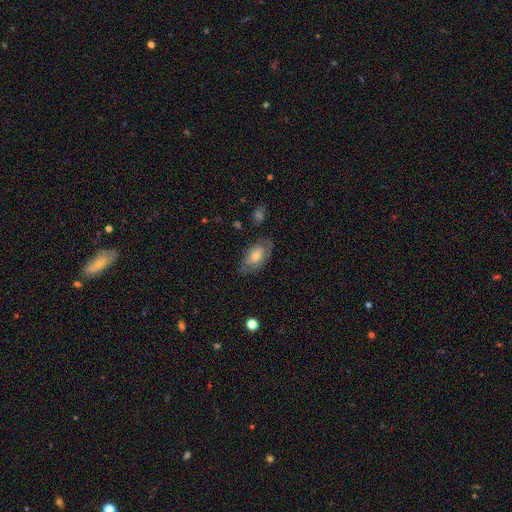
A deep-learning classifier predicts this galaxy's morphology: Smooth or featured: smooth — 59% (featured or disk — 33%)
How rounded: in between — 91% (round — 6%)
Merging: none — 72% (minor disturbance — 20%)